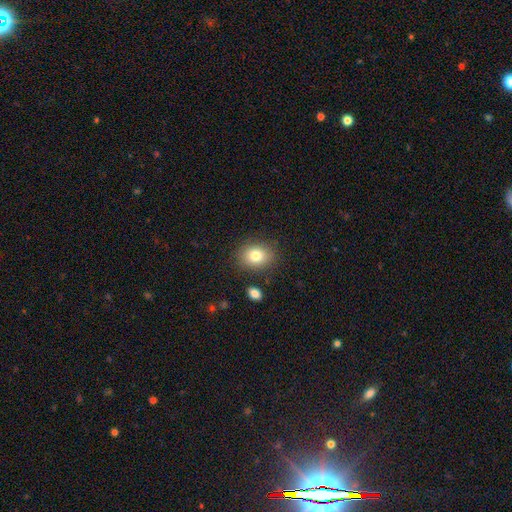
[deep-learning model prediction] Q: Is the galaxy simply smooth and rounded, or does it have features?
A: smooth — 82%.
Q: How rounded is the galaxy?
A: in between — 56%.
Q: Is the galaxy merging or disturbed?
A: none — 84%.